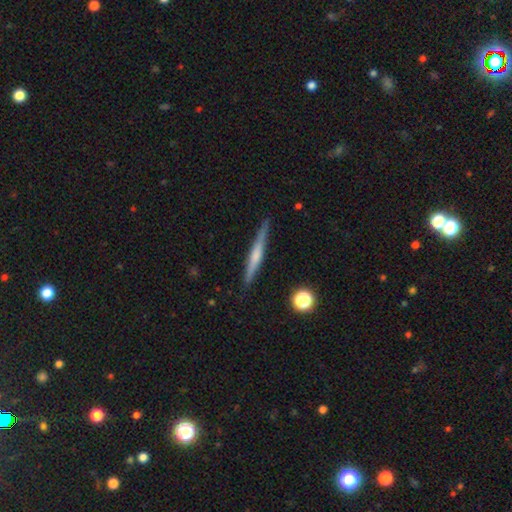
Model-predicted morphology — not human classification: smooth-or-featured: featured or disk: 59% | smooth: 34% | star or artifact: 7%
  disk-edge-on: yes: 97% | no: 3%
    edge-on-bulge: rounded: 53% | none: 32% | boxy: 14%
  merging: none: 88% | minor disturbance: 9% | major disturbance: 2% | merger: 1%